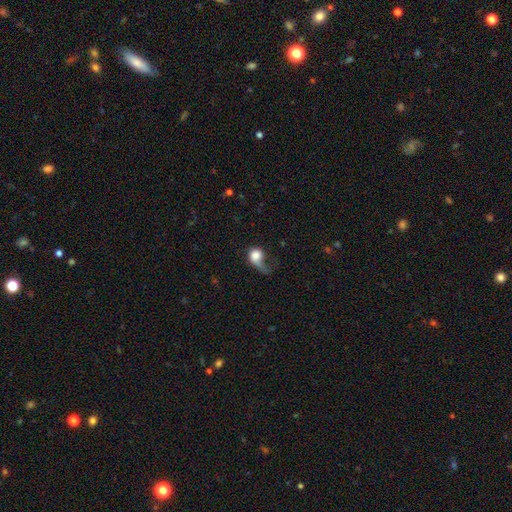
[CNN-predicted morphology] smooth 63%, featured or disk 28%, star or artifact 9%. Down the decision tree: how rounded — round (70%); merging — major disturbance (56%).